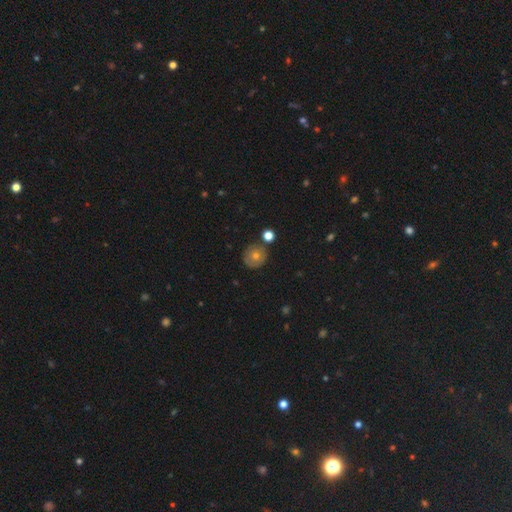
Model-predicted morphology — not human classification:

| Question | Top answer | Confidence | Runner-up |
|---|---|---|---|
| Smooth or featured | smooth | 68% | featured or disk (18%) |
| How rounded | round | 91% | in between (8%) |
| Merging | none | 82% | minor disturbance (10%) |